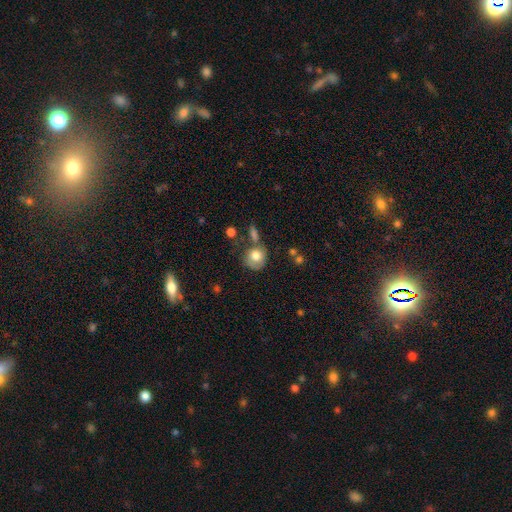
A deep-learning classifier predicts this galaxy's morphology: This appears to be a smooth galaxy with no disk features (75%) that is round (78%). Merging: none (48%).